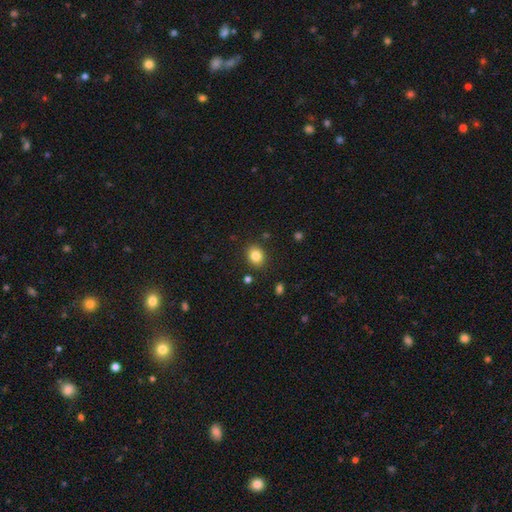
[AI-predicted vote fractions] smooth 84%, star or artifact 10%, featured or disk 6%. Down the decision tree: how rounded — round (54%); merging — none (86%).